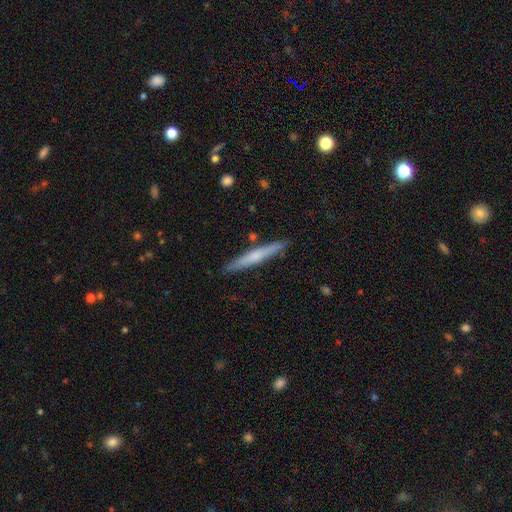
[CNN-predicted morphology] Smooth or featured? smooth (51%)
How rounded? cigar-shaped (96%)
Merging? none (88%)